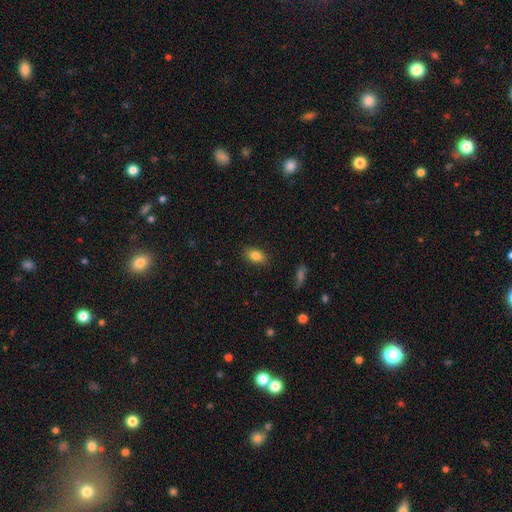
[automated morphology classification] Smooth or featured: smooth — 83% (star or artifact — 9%)
How rounded: in between — 85% (round — 11%)
Merging: none — 86% (minor disturbance — 10%)